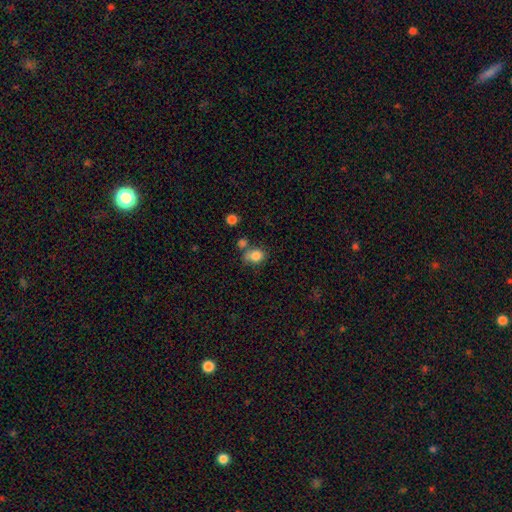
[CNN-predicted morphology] smooth 83%, star or artifact 10%, featured or disk 7%. Down the decision tree: how rounded — in between (54%); merging — none (52%).